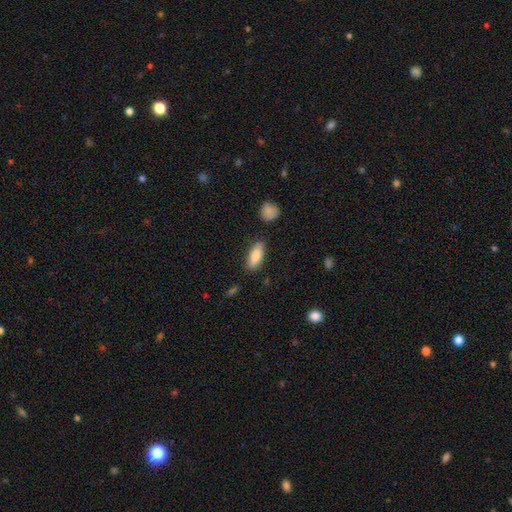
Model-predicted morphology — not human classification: Smooth or featured: smooth — 81% (featured or disk — 13%)
How rounded: in between — 77% (cigar-shaped — 21%)
Merging: none — 82% (minor disturbance — 13%)